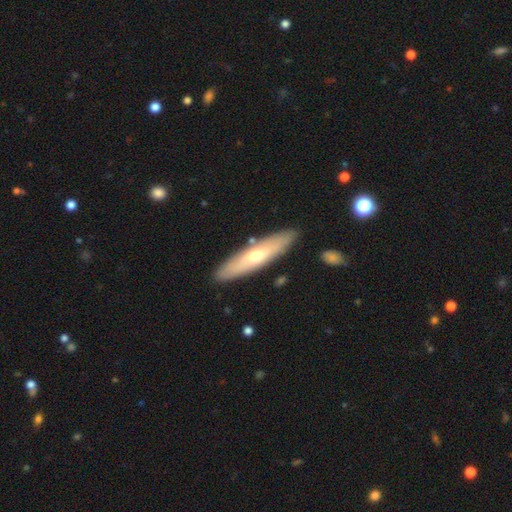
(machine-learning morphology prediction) Smooth or featured? smooth (48%)
Merging? none (86%)